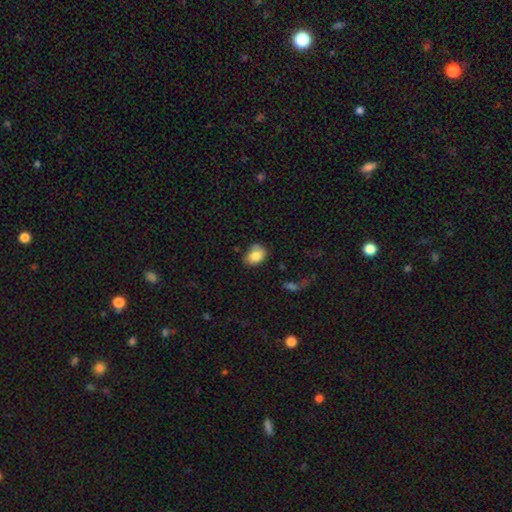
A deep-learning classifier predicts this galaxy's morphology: Q: Smooth or featured?
A: smooth (82%); runner-up: featured or disk (9%)
Q: How rounded?
A: in between (69%); runner-up: round (30%)
Q: Merging?
A: none (62%); runner-up: minor disturbance (28%)